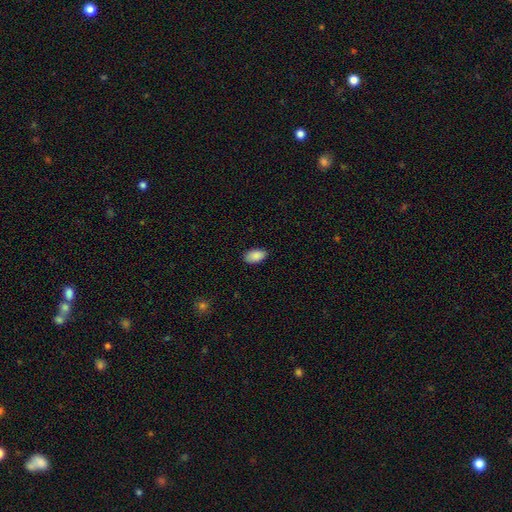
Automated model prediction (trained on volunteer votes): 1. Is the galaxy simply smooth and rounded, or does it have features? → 89% smooth, 7% star or artifact, 4% featured or disk.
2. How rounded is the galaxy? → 95% in between, 3% round, 2% cigar-shaped.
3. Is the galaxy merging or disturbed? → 87% none, 10% minor disturbance, 2% major disturbance, 1% merger.